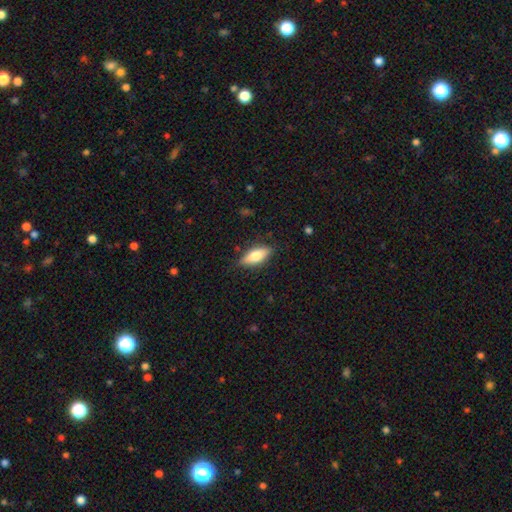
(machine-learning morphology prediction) Overall: smooth (66%; featured or disk 27%). How rounded: in between (72%). Merging: none (84%).